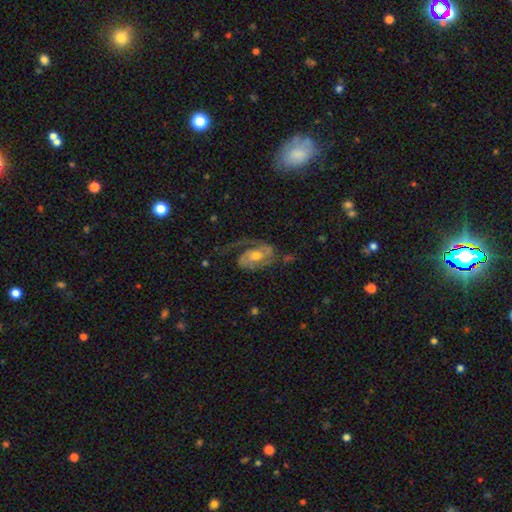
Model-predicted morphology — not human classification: Q: Smooth or featured?
A: featured or disk (79%); runner-up: smooth (15%)
Q: Edge-on disk?
A: no (96%); runner-up: yes (4%)
Q: Bar?
A: no (55%); runner-up: weak (32%)
Q: Spiral arms?
A: yes (91%); runner-up: no (9%)
Q: Spiral winding?
A: medium (44%); runner-up: loose (30%)
Q: Spiral arm count?
A: 2 (67%); runner-up: 1 (22%)
Q: Bulge size?
A: moderate (71%); runner-up: small (17%)
Q: Merging?
A: none (50%); runner-up: major disturbance (29%)